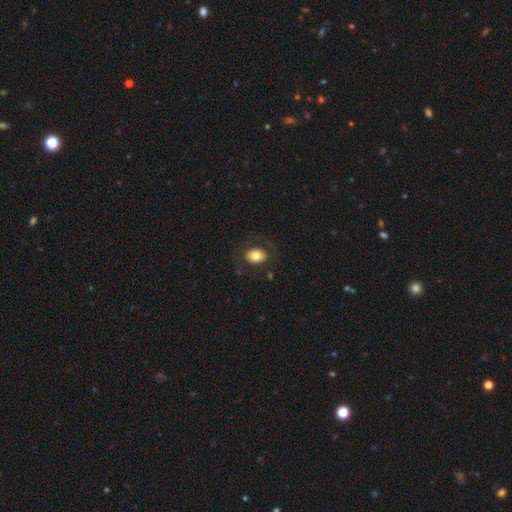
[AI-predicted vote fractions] Smooth or featured?
  - smooth: 75% *
  - featured or disk: 17%
  - star or artifact: 8%
How rounded?
  - in between: 69% *
  - round: 30%
  - cigar-shaped: 1%
Merging?
  - none: 79% *
  - minor disturbance: 13%
  - major disturbance: 7%
  - merger: 1%